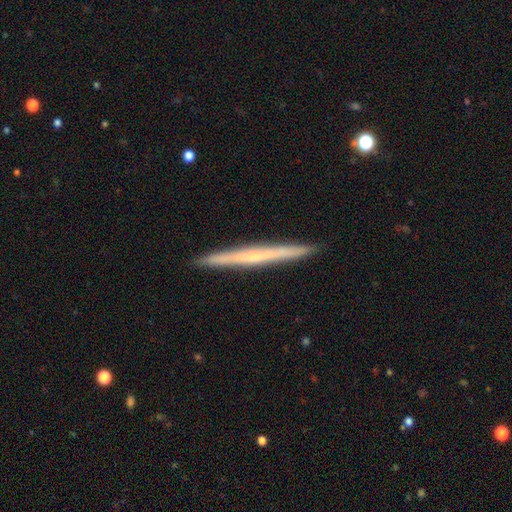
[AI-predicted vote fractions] This appears to be a featured or disk galaxy (59%) viewed edge-on (98%) with no central bulge (74%). Merging: none (93%).